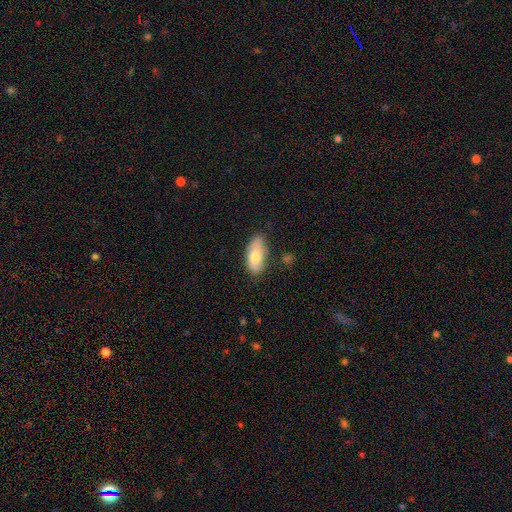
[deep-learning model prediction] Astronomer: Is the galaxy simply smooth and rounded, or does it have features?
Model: smooth — 73%.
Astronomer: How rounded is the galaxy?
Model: in between — 91%.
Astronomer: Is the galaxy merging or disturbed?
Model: none — 70%.